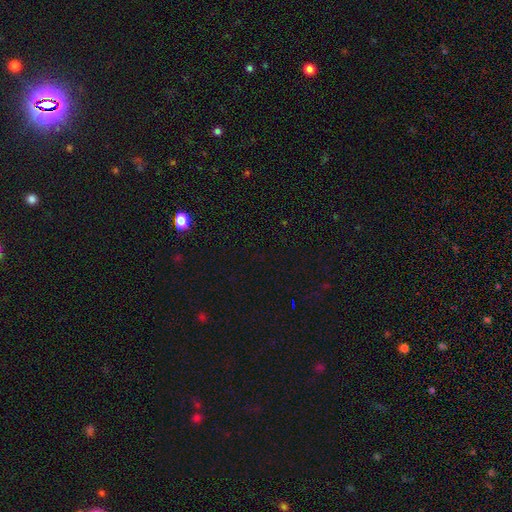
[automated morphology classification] The model was most divided on "smooth or featured": star or artifact: 74%, smooth: 20%, featured or disk: 7%.